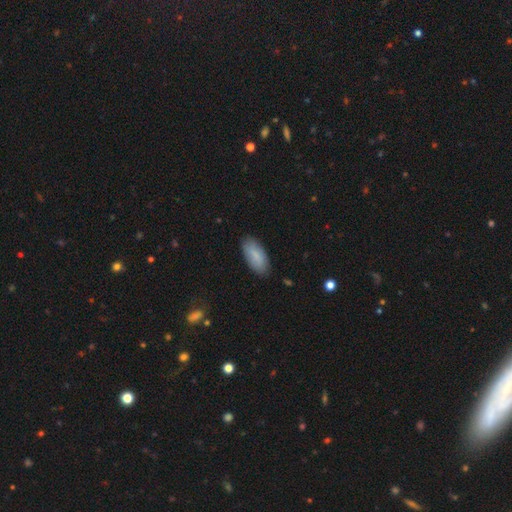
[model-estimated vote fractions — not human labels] Smooth or featured? Predicted: smooth (p=0.85). How rounded? Predicted: in between (p=0.85). Merging? Predicted: none (p=0.83).